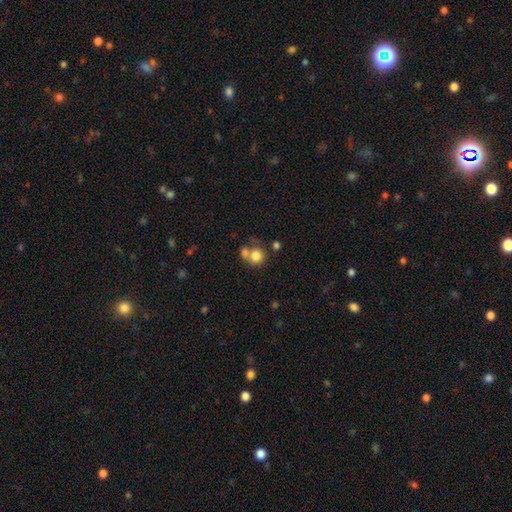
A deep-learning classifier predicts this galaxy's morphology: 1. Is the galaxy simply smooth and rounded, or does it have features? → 77% smooth, 12% featured or disk, 10% star or artifact.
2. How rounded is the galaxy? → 83% round, 16% in between, 1% cigar-shaped.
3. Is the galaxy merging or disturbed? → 42% merger (tied), 42% none (tied), 10% minor disturbance, 6% major disturbance.